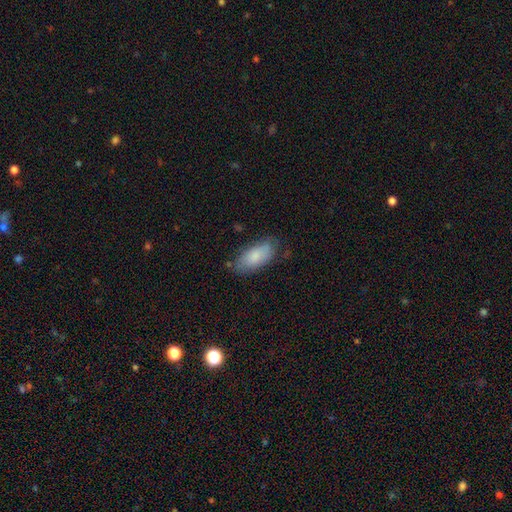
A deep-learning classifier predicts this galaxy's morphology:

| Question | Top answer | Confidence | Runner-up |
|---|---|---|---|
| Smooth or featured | smooth | 78% | featured or disk (16%) |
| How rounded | in between | 88% | cigar-shaped (9%) |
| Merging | none | 69% | minor disturbance (24%) |